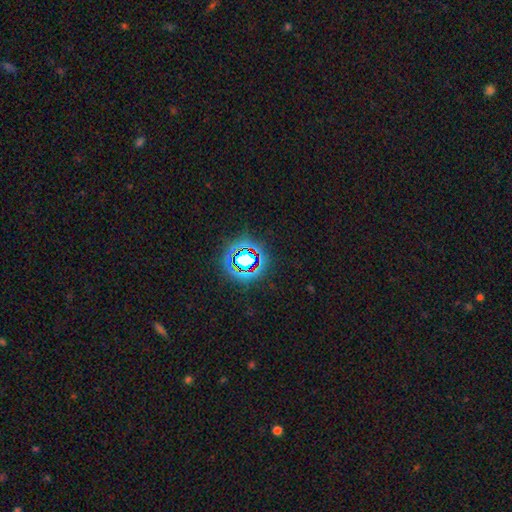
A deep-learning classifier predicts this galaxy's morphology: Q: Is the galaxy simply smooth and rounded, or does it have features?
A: star or artifact — 78%.